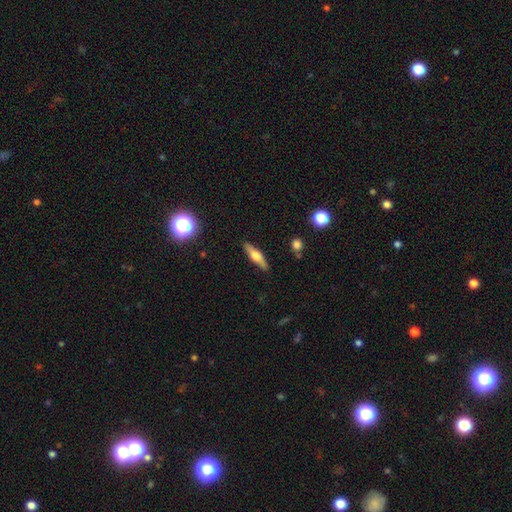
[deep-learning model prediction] A featured or disk galaxy (56%) viewed edge-on (94%) with a rounded central bulge (92%).

Vote fractions:
- Smooth or featured? featured or disk: 56% / smooth: 37% / star or artifact: 7%
- Edge-on disk? yes: 94% / no: 6%
- Edge-on bulge? rounded: 92% / boxy: 5% / none: 3%
- Merging? none: 88% / minor disturbance: 9% / major disturbance: 2% / merger: 2%